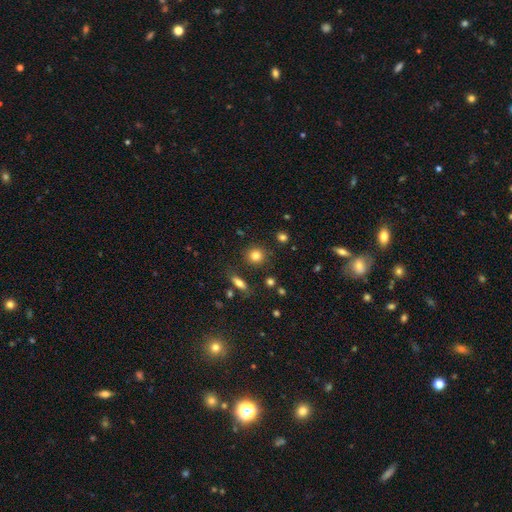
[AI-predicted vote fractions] This appears to be a smooth galaxy with no disk features (82%) that is round (88%). Merging: none (86%).